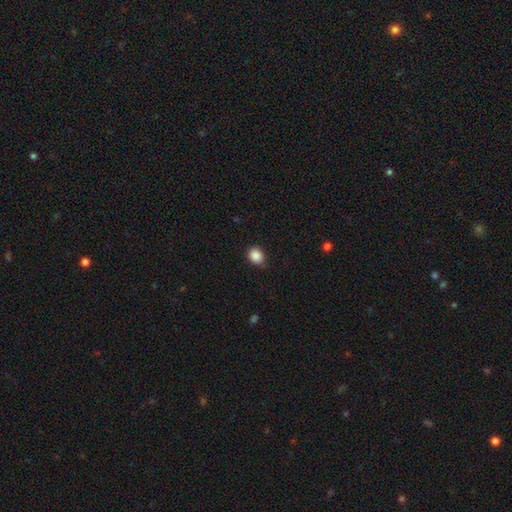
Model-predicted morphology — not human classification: smooth_or_featured: smooth (p=0.89) [alt: star or artifact p=0.09]
how_rounded: round (p=0.62) [alt: in between p=0.37]
merging: none (p=0.82) [alt: minor disturbance p=0.14]